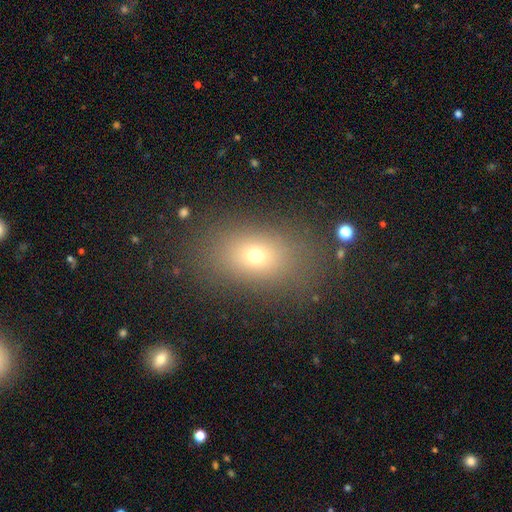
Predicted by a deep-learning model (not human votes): smooth 65%, star or artifact 20%, featured or disk 15%. Down the decision tree: how rounded — in between (70%); merging — none (81%).